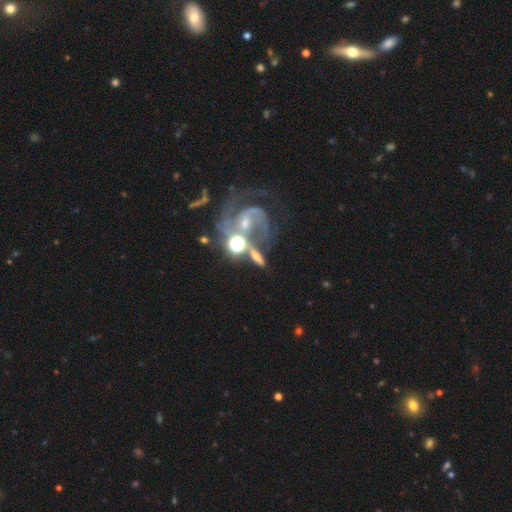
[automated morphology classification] A featured or disk galaxy (51%). Merging: none (47%).